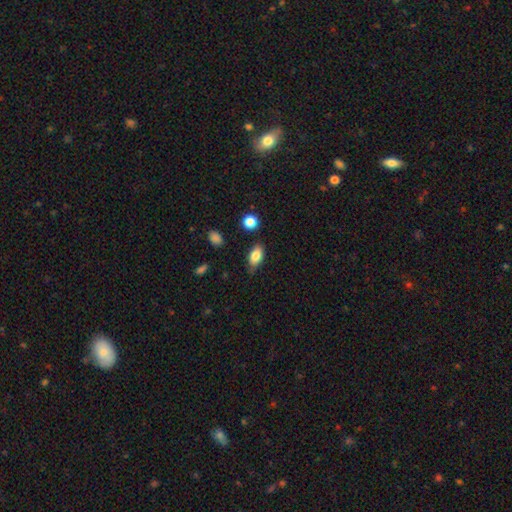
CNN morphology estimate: Smooth or featured? Predicted: smooth (p=0.83). How rounded? Predicted: in between (p=0.89). Merging? Predicted: none (p=0.76).